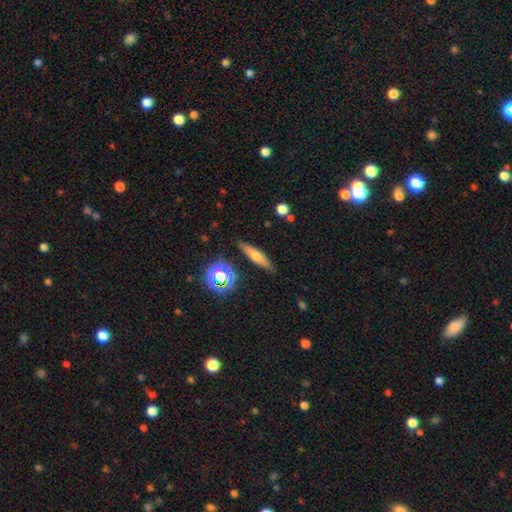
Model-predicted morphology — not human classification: Overall: smooth (55%; featured or disk 31%). How rounded: cigar-shaped (78%). Merging: none (86%).